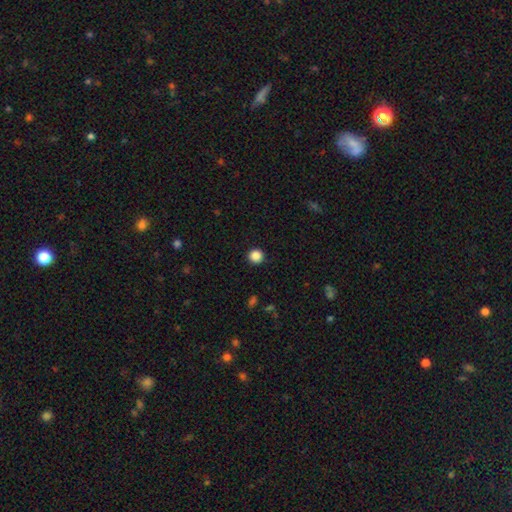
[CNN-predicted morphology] Smooth or featured: smooth — 87% (star or artifact — 10%)
How rounded: round — 96% (in between — 4%)
Merging: none — 92% (minor disturbance — 5%)